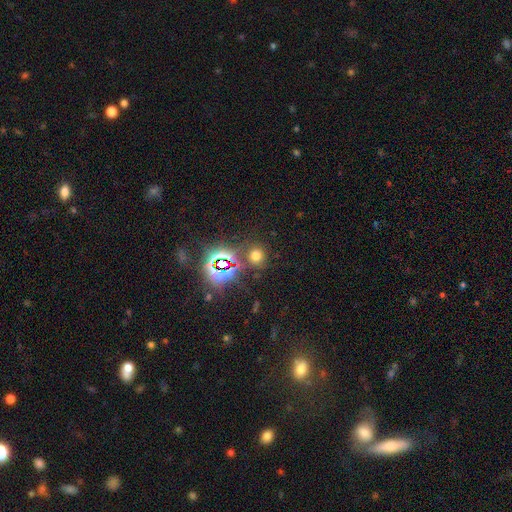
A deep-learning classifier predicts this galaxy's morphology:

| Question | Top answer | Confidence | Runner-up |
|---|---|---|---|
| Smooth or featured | smooth | 58% | star or artifact (35%) |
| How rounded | round | 87% | in between (12%) |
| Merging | none | 80% | minor disturbance (9%) |